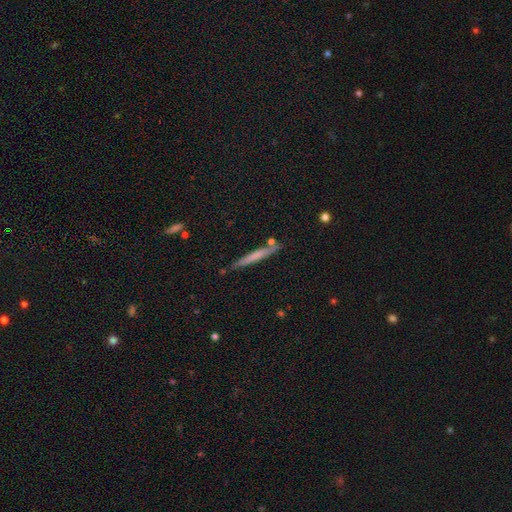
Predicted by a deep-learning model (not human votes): smooth 54%, featured or disk 40%, star or artifact 6%. Down the decision tree: how rounded — cigar-shaped (96%); merging — none (83%).